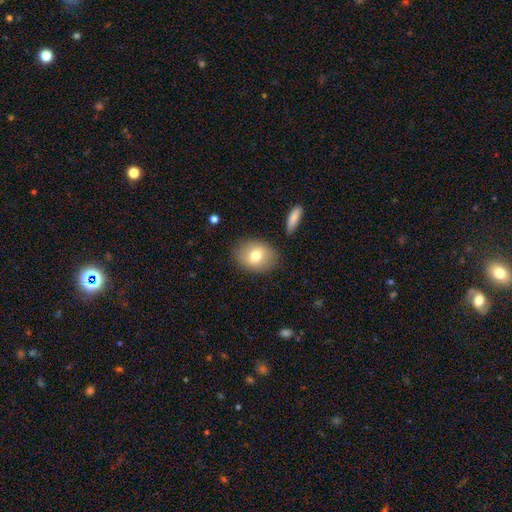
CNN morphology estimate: Smooth or featured? smooth (73%)
How rounded? in between (60%)
Merging? none (83%)